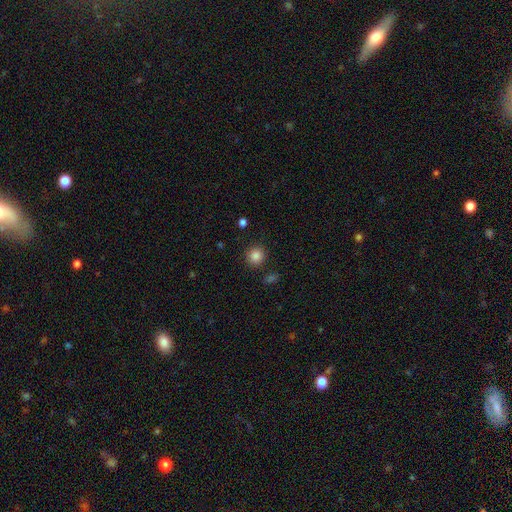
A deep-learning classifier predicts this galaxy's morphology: type=smooth (86%); roundness=round (91%); merging=none (89%).